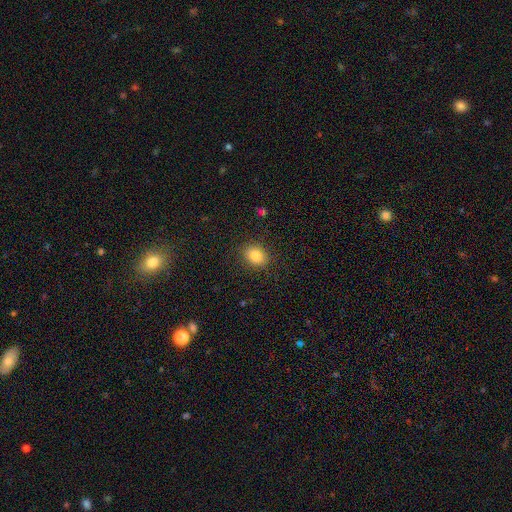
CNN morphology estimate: This appears to be a smooth galaxy with no disk features (83%) that is round (56%). Merging: none (88%).